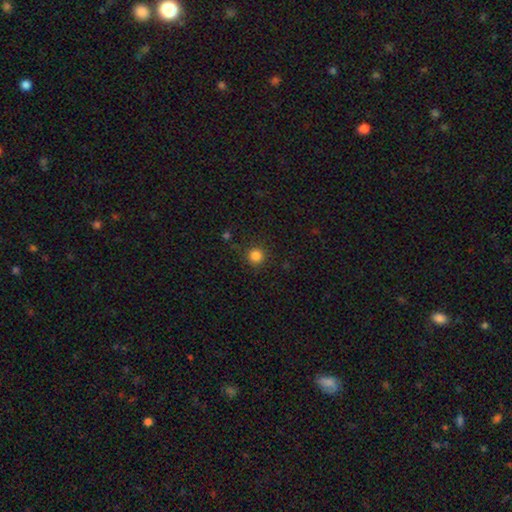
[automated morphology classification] Smooth or featured? smooth (84%)
How rounded? round (94%)
Merging? none (88%)